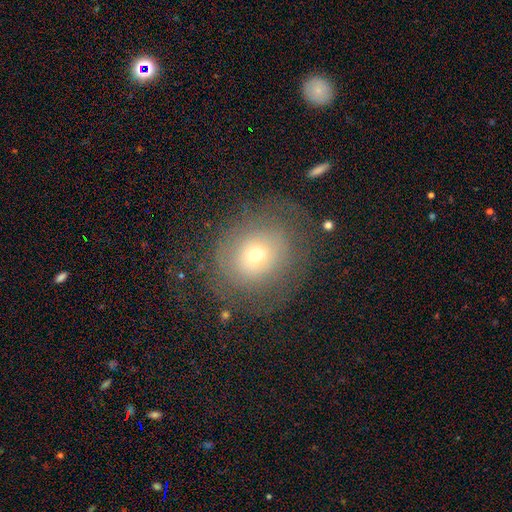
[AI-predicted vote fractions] This appears to be a smooth galaxy with no disk features (51%) that is round (76%). Merging: none (65%).